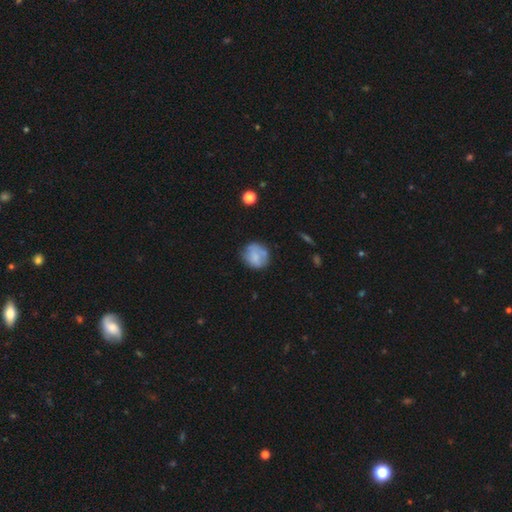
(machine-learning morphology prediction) smooth-or-featured: smooth: 68% | featured or disk: 23% | star or artifact: 8%
  how-rounded: round: 80% | in between: 19% | cigar-shaped: 1%
  merging: none: 64% | minor disturbance: 24% | major disturbance: 8% | merger: 4%